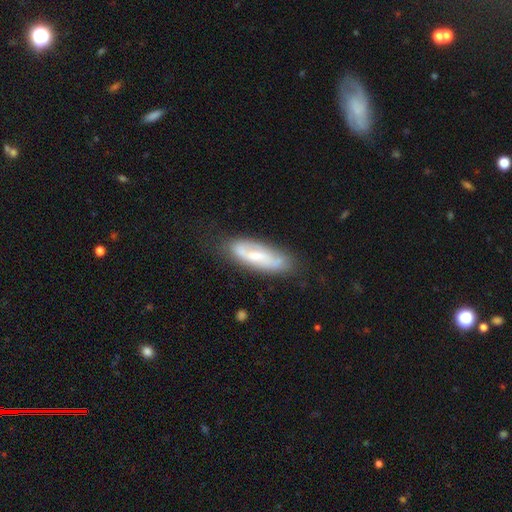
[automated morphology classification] Smooth or featured?
  - featured or disk: 56% *
  - smooth: 37%
  - star or artifact: 7%
Edge-on disk?
  - no: 80% *
  - yes: 20%
Merging?
  - none: 71% *
  - minor disturbance: 20%
  - major disturbance: 6%
  - merger: 3%